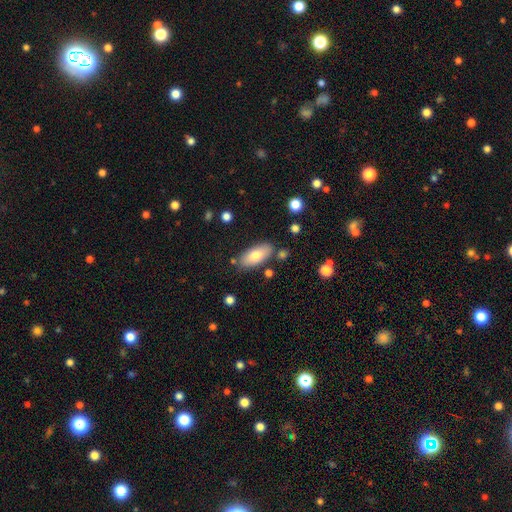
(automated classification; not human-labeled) smooth_or_featured: smooth (p=0.74) [alt: featured or disk p=0.19]
how_rounded: in between (p=0.88) [alt: cigar-shaped p=0.09]
merging: none (p=0.80) [alt: minor disturbance p=0.12]